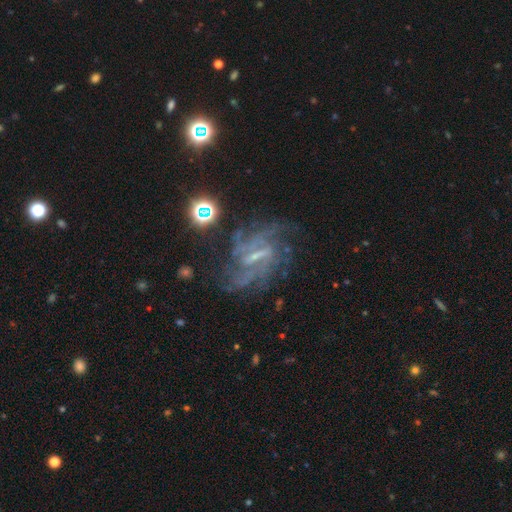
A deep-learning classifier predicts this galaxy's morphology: featured or disk 79%, star or artifact 14%, smooth 8%. Down the decision tree: edge-on disk — no (94%); bar — strong (43%); spiral arms — yes (90%); spiral arm count — can't tell (36%); spiral winding — medium (44%); bulge size — small (45%); merging — none (60%).